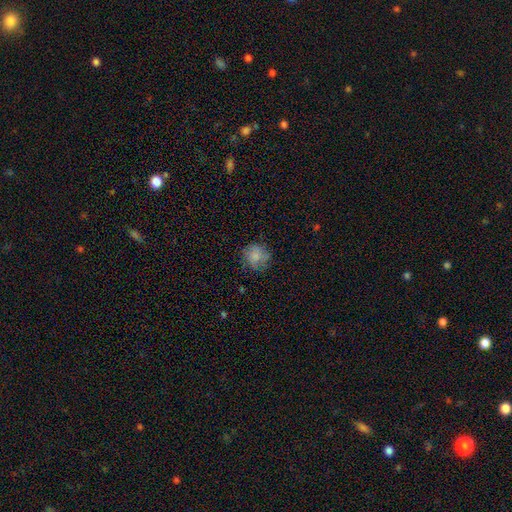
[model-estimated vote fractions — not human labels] smooth_or_featured: smooth (p=0.76) [alt: featured or disk p=0.14]
how_rounded: round (p=0.87) [alt: in between p=0.12]
merging: none (p=0.74) [alt: minor disturbance p=0.19]